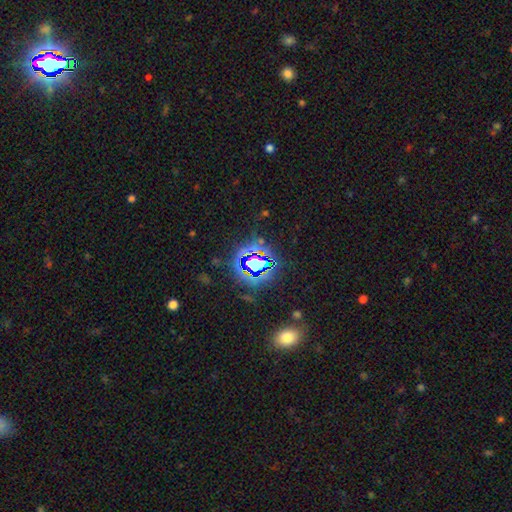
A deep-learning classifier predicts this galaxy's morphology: A star or artifact, not a galaxy (79%).

Vote fractions:
- Smooth or featured? star or artifact: 79% / smooth: 13% / featured or disk: 9%